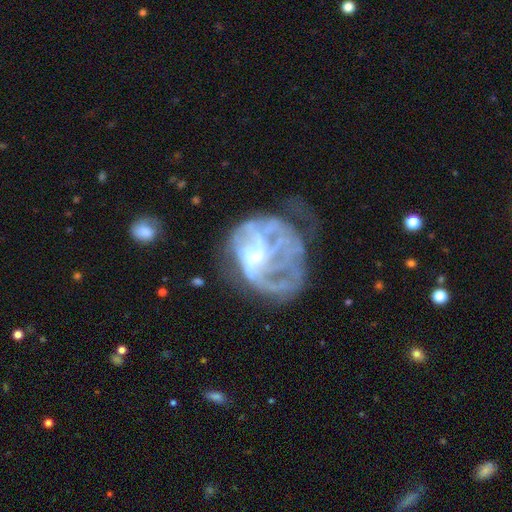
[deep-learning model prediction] The model was most divided on "merging": major disturbance: 47%, none: 28%, minor disturbance: 19%, merger: 6%. More confident: edge-on disk — no (98%); smooth or featured — featured or disk (76%); bar — no (63%); spiral arms — yes (60%); bulge size — small (59%).